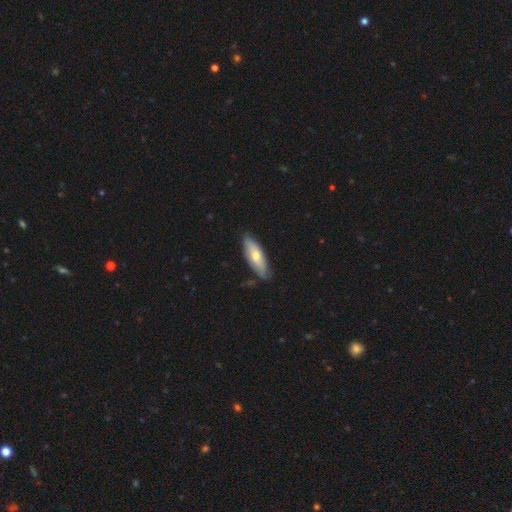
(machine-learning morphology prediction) Smooth or featured? smooth (59%)
How rounded? in between (64%)
Merging? none (80%)